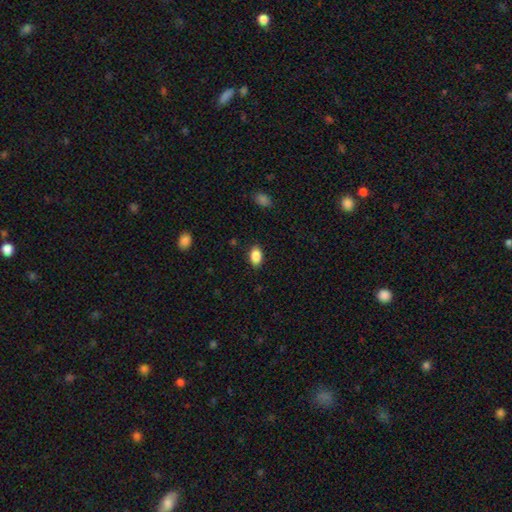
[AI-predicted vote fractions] The model was most divided on "merging": none: 86%, minor disturbance: 10%, major disturbance: 2%, merger: 1%. More confident: how rounded — in between (89%); smooth or featured — smooth (88%).